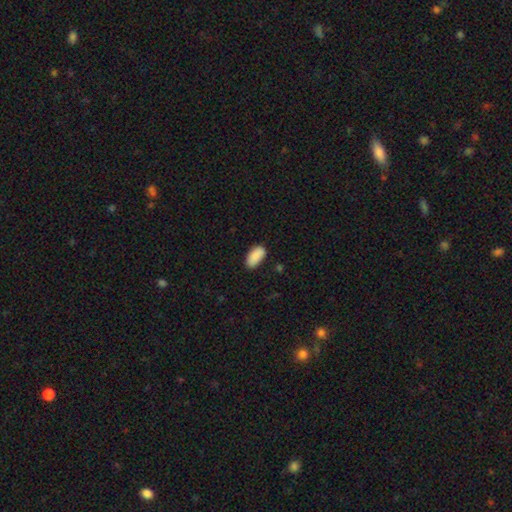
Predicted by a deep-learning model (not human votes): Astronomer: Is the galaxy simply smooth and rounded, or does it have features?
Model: smooth — 89%.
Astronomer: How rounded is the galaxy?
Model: in between — 93%.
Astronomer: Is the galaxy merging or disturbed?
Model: none — 80%.